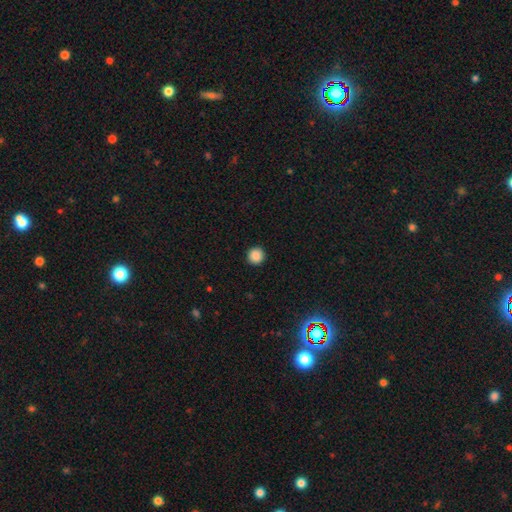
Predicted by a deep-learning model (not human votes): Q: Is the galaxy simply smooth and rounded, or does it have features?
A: smooth — 88%.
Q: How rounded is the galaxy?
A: round — 96%.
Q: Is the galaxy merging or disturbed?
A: none — 93%.